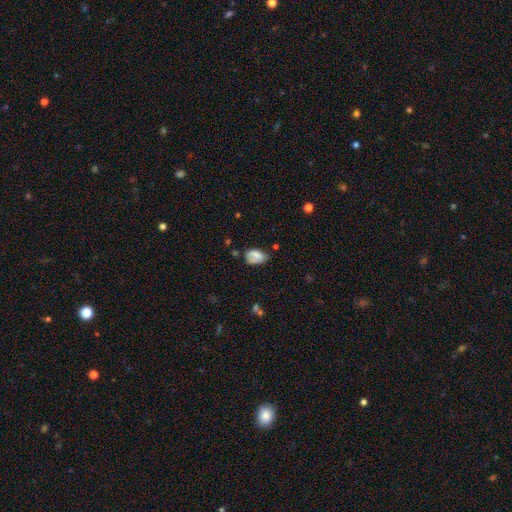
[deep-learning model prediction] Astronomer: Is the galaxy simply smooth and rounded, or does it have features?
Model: smooth — 68%.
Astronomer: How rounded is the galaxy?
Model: in between — 86%.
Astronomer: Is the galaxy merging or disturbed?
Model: none — 46% (runner-up: minor disturbance, 33%).